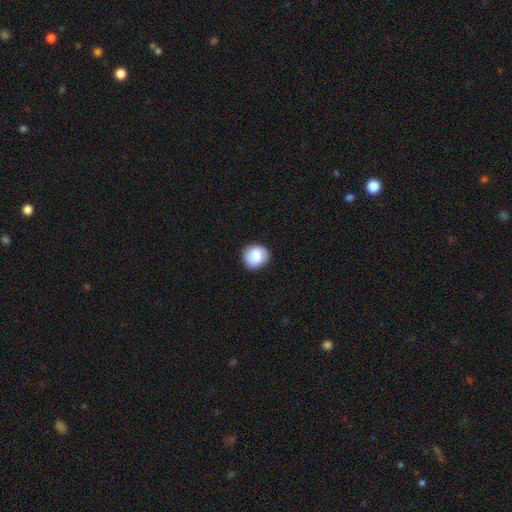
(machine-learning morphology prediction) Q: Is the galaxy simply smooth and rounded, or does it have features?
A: smooth — 76%.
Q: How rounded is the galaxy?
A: round — 82%.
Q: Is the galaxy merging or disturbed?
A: none — 79%.